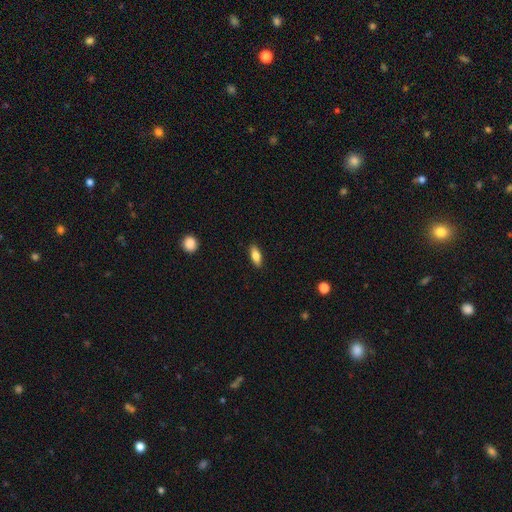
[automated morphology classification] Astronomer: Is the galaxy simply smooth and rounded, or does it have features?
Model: smooth — 80%.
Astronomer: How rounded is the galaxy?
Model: in between — 78%.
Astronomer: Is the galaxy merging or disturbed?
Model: none — 89%.